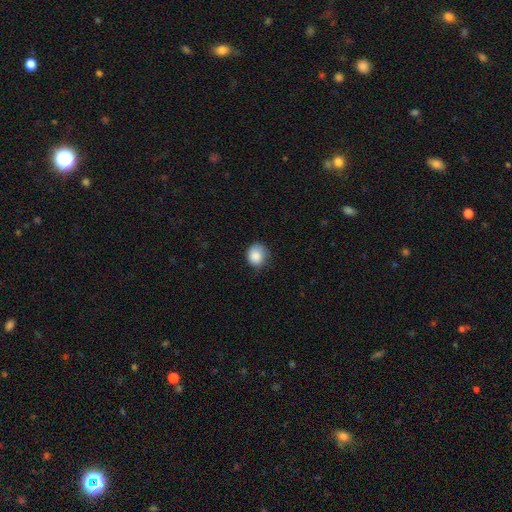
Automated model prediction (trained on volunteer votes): This appears to be a smooth galaxy with no disk features (87%) that is round (70%). Merging: none (63%).